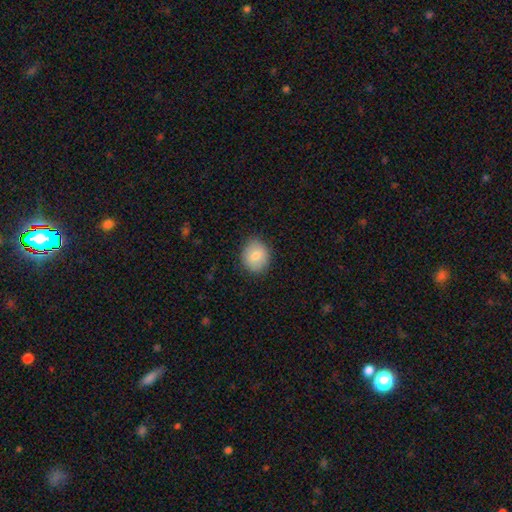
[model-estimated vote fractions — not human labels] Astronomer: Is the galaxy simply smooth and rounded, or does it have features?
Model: smooth — 80%.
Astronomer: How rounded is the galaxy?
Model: round — 67%.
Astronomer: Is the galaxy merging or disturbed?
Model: none — 85%.